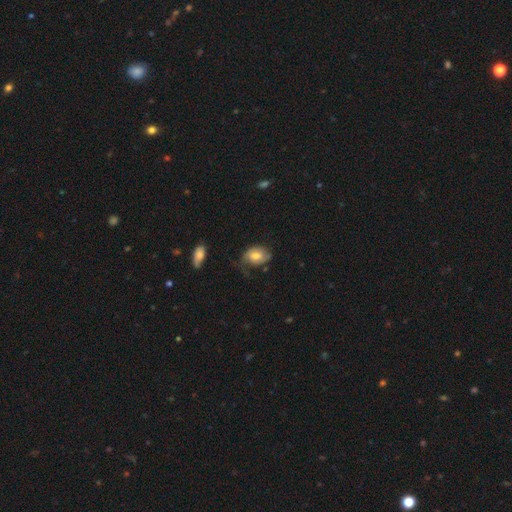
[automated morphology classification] Smooth or featured? Predicted: smooth (p=0.67). How rounded? Predicted: in between (p=0.78). Merging? Predicted: none (p=0.48).